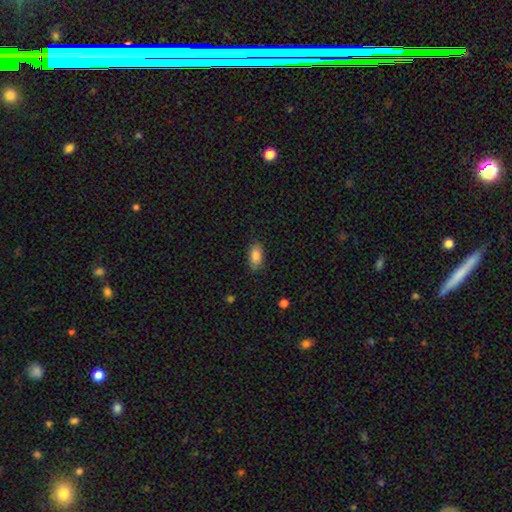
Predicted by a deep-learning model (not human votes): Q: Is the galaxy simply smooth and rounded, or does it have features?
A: smooth — 86%.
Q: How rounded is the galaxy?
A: in between — 90%.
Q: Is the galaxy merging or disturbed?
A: none — 82%.